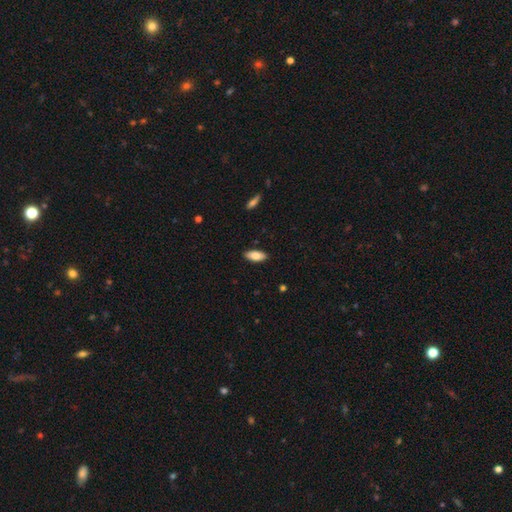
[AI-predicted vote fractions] Smooth or featured? Predicted: smooth (p=0.83). How rounded? Predicted: in between (p=0.88). Merging? Predicted: none (p=0.89).